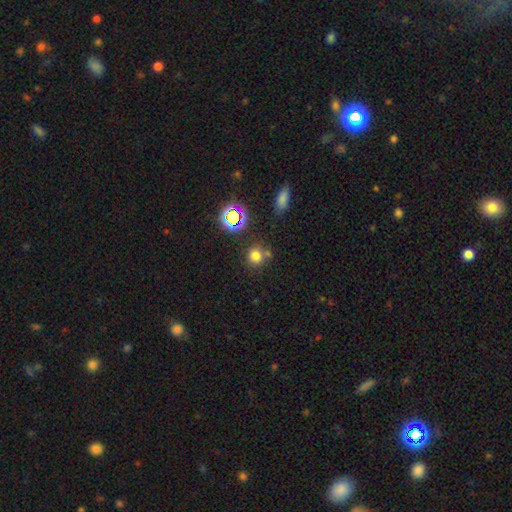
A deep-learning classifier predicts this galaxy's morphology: Smooth or featured?
  - smooth: 71% *
  - star or artifact: 22%
  - featured or disk: 7%
How rounded?
  - round: 83% *
  - in between: 15%
  - cigar-shaped: 1%
Merging?
  - none: 72% *
  - merger: 12%
  - minor disturbance: 12%
  - major disturbance: 4%